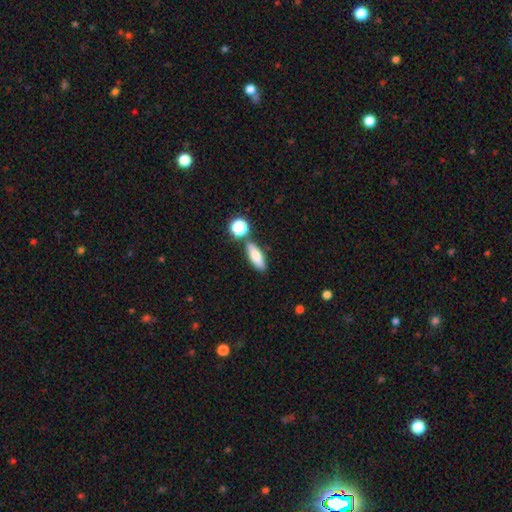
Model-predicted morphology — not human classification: Smooth or featured?
  - smooth: 71% *
  - featured or disk: 20%
  - star or artifact: 9%
How rounded?
  - in between: 61% *
  - cigar-shaped: 33%
  - round: 6%
Merging?
  - none: 76% *
  - minor disturbance: 11%
  - merger: 11%
  - major disturbance: 3%